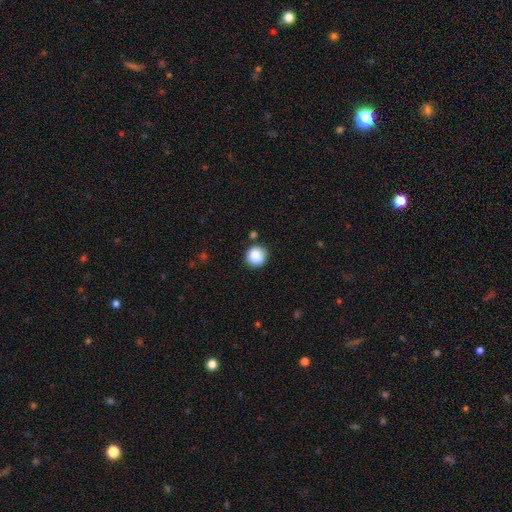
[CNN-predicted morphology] The model was most divided on "merging": none: 86%, minor disturbance: 8%, merger: 3%, major disturbance: 2%. More confident: how rounded — round (93%); smooth or featured — smooth (87%).